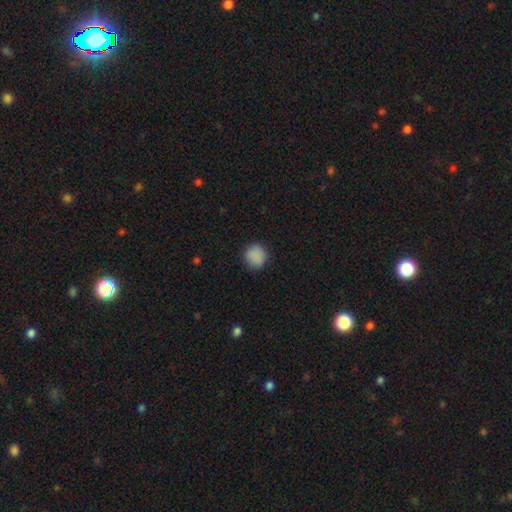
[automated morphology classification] Smooth or featured? smooth (87%)
How rounded? round (86%)
Merging? none (87%)